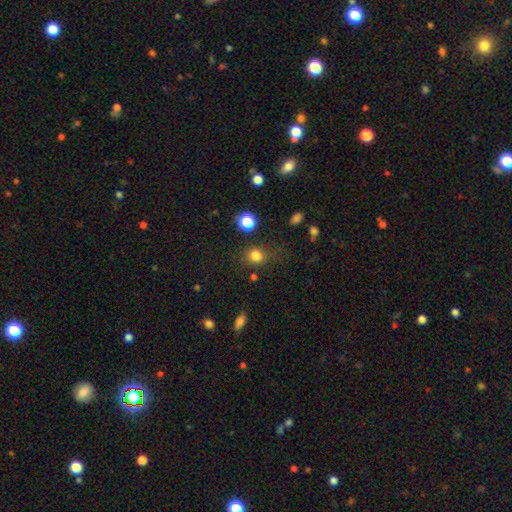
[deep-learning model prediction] Smooth or featured: smooth — 80% (star or artifact — 14%)
How rounded: round — 78% (in between — 21%)
Merging: none — 73% (minor disturbance — 15%)